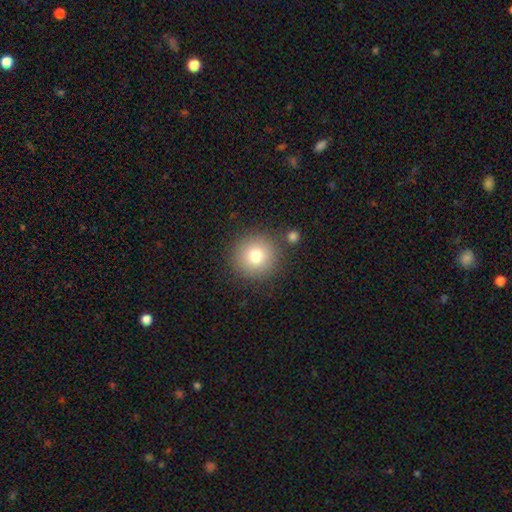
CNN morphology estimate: Smooth or featured: smooth — 78% (star or artifact — 11%)
How rounded: round — 95% (in between — 4%)
Merging: none — 84% (minor disturbance — 8%)